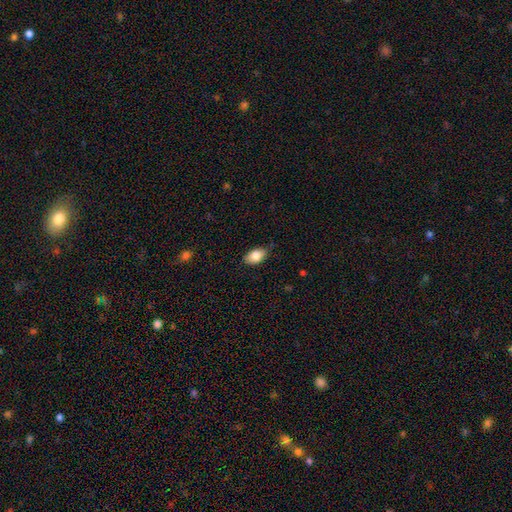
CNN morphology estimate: The model was most divided on "merging": none: 77%, minor disturbance: 19%, major disturbance: 3%, merger: 1%. More confident: how rounded — in between (90%); smooth or featured — smooth (83%).